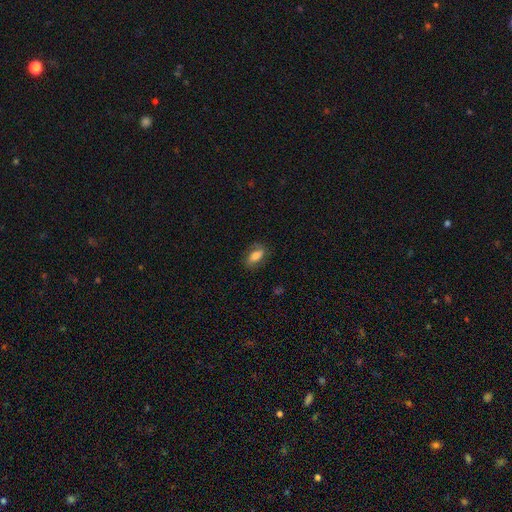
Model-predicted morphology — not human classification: Smooth or featured? smooth (65%)
How rounded? in between (87%)
Merging? none (73%)